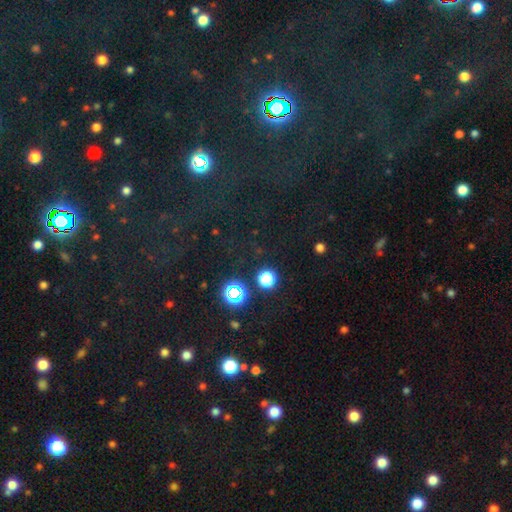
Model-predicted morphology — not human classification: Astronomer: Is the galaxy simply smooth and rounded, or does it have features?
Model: star or artifact — 68%.